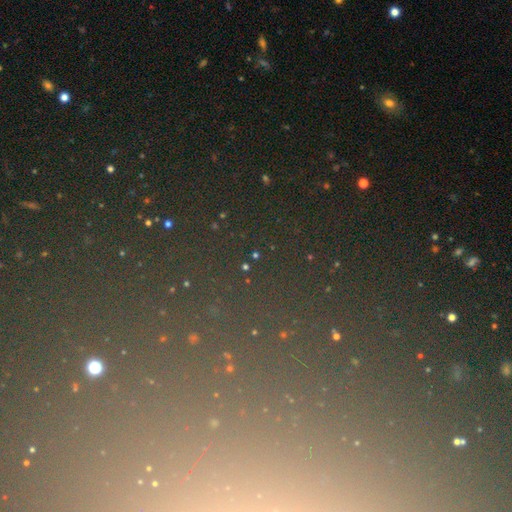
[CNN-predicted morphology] smooth_or_featured: star or artifact (p=0.72) [alt: smooth p=0.17]